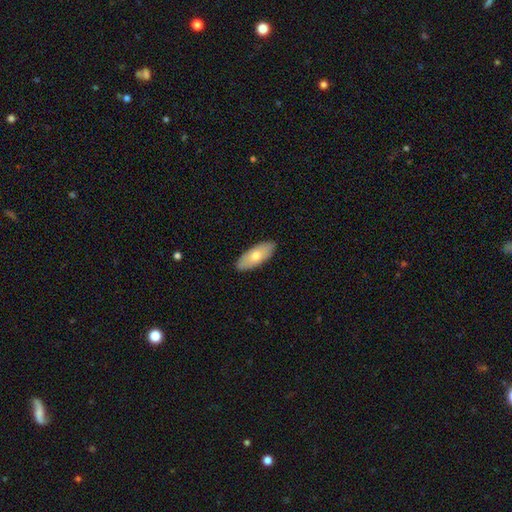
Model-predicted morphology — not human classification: Smooth or featured? smooth (68%)
How rounded? in between (83%)
Merging? none (90%)